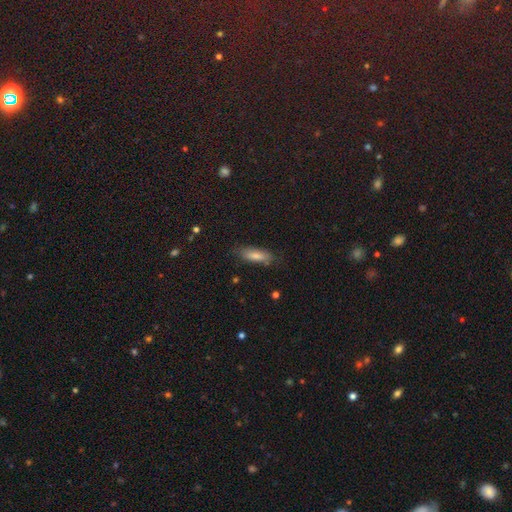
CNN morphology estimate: Smooth or featured: smooth — 65% (featured or disk — 19%)
How rounded: in between — 50% (cigar-shaped — 47%)
Merging: none — 80% (minor disturbance — 15%)